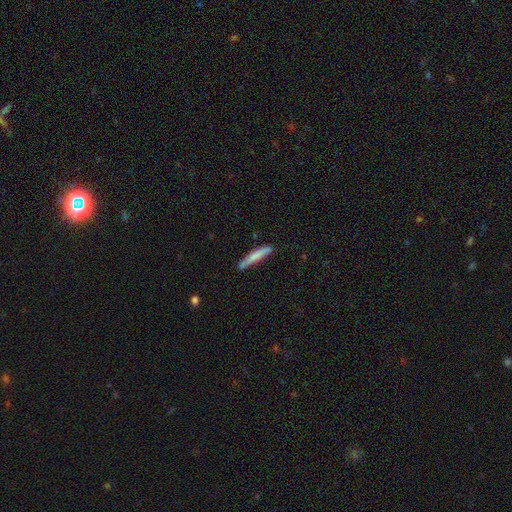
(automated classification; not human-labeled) Smooth or featured?
  - smooth: 71% *
  - featured or disk: 23%
  - star or artifact: 6%
How rounded?
  - cigar-shaped: 93% *
  - in between: 5%
  - round: 1%
Merging?
  - none: 72% *
  - minor disturbance: 20%
  - merger: 4%
  - major disturbance: 4%